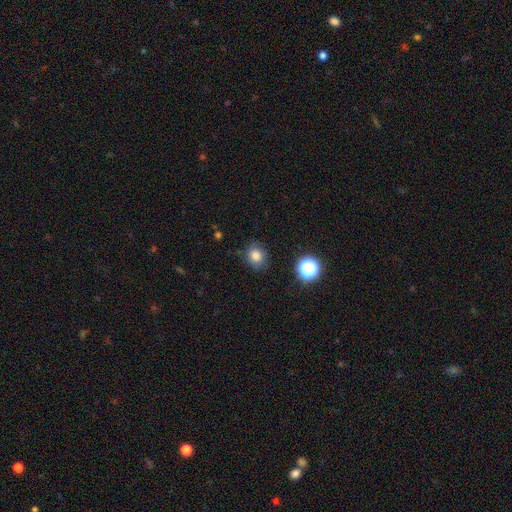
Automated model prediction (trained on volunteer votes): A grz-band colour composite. It shows a smooth galaxy with no disk features (79%) that is round (78%). Merging: none (79%).